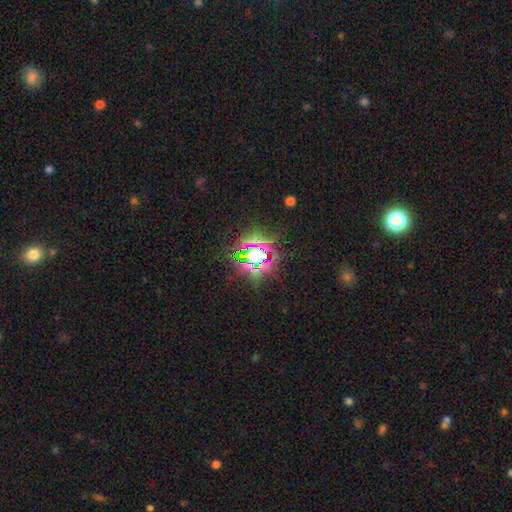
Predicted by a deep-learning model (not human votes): star or artifact 74%, smooth 16%, featured or disk 10%.